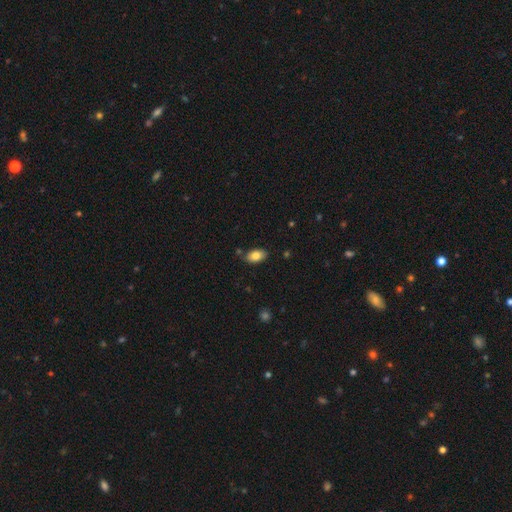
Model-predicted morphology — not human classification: smooth 81%, featured or disk 11%, star or artifact 7%. Down the decision tree: how rounded — in between (93%); merging — none (81%).